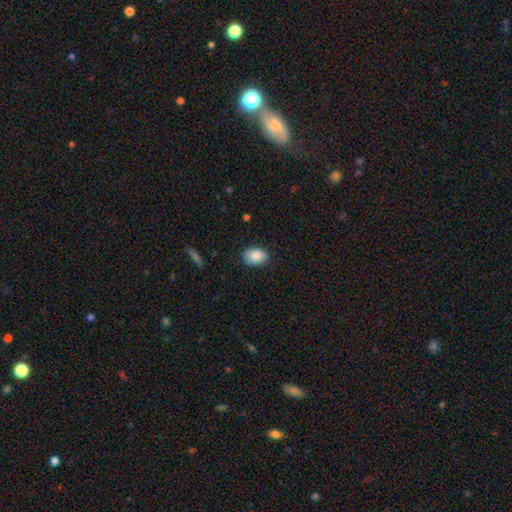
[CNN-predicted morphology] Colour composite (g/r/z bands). It shows a smooth galaxy with no disk features (88%) that is in between round and cigar-shaped (80%). Merging: none (85%).